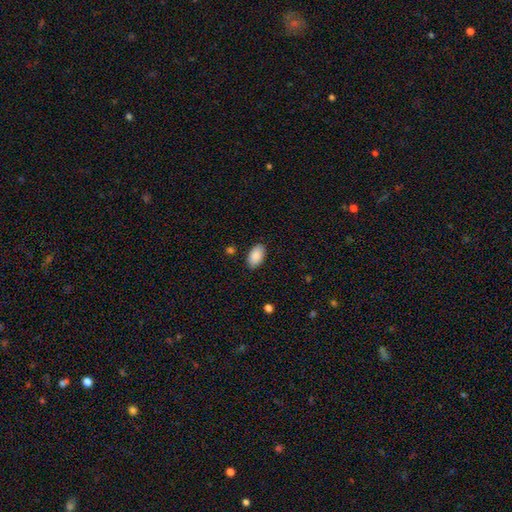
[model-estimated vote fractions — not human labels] Smooth or featured? smooth (90%)
How rounded? in between (94%)
Merging? none (87%)